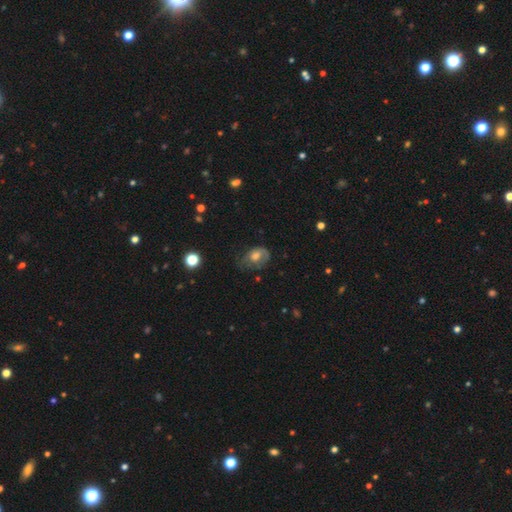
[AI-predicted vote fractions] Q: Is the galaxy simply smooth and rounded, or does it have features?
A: smooth — 50%.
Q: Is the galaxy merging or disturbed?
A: none — 44%.